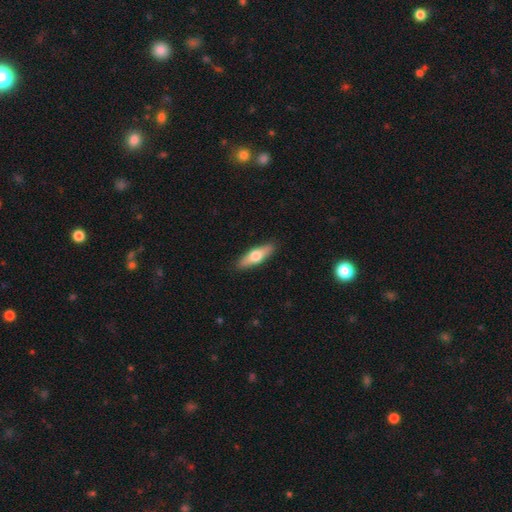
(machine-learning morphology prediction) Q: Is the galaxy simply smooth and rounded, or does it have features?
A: smooth — 51%.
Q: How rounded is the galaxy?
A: cigar-shaped — 59%.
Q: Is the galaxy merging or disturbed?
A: none — 90%.